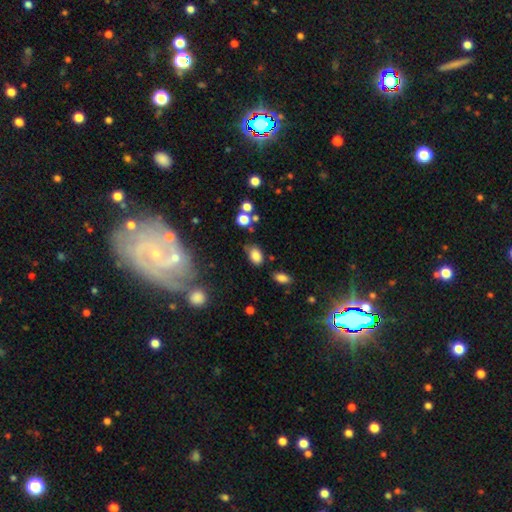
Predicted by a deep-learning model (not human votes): Smooth or featured?
  - smooth: 82% *
  - star or artifact: 11%
  - featured or disk: 7%
How rounded?
  - in between: 83% *
  - round: 16%
  - cigar-shaped: 2%
Merging?
  - none: 70% *
  - minor disturbance: 18%
  - merger: 7%
  - major disturbance: 5%